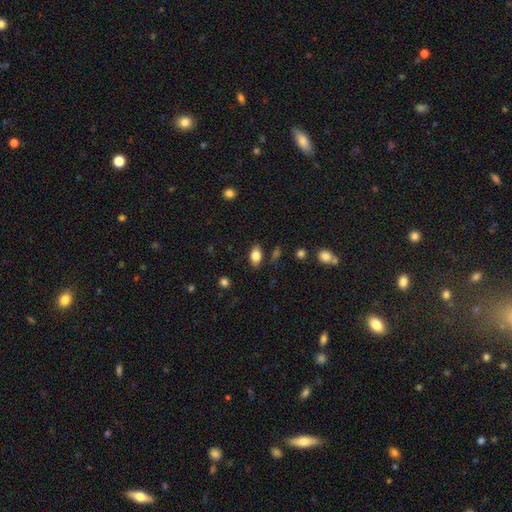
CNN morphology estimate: This is clearly a smooth galaxy (81%). How rounded: clearly in between (89%). Merging: clearly none (83%).